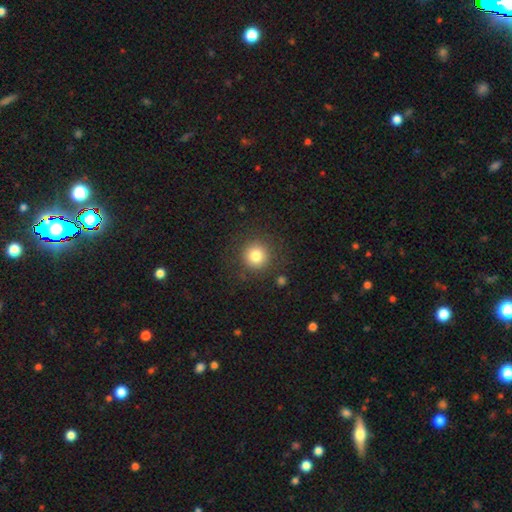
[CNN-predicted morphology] This is clearly a smooth galaxy (81%). How rounded: clearly round (95%). Merging: clearly none (86%).